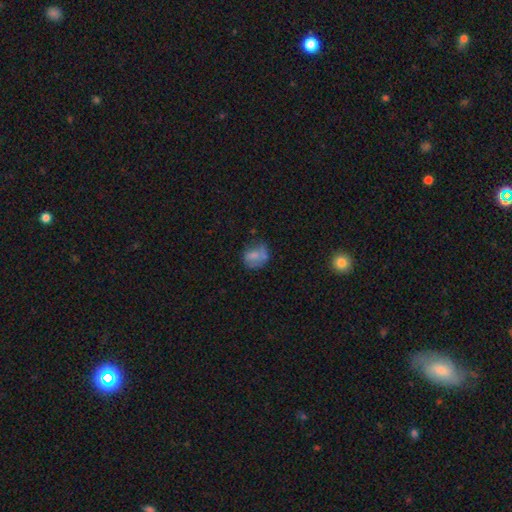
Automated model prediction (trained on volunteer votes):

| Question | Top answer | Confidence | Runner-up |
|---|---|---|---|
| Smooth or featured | smooth | 63% | featured or disk (25%) |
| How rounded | round | 56% | in between (43%) |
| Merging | none | 45% | minor disturbance (29%) |